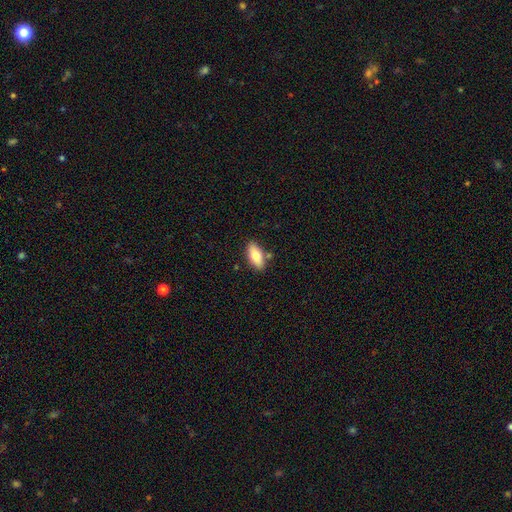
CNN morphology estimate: Smooth or featured? smooth (77%)
How rounded? in between (85%)
Merging? none (81%)